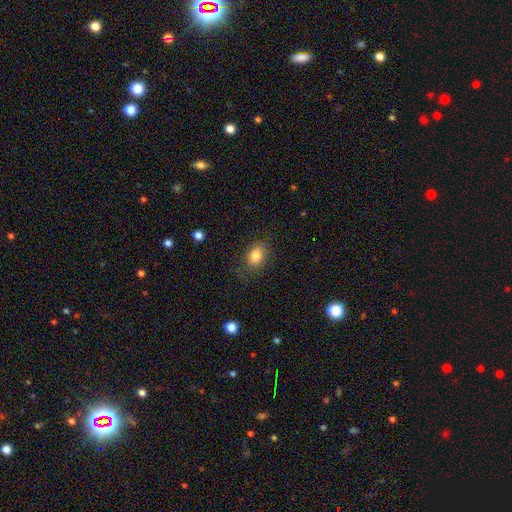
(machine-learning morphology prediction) This is clearly a smooth galaxy (83%). How rounded: likely in between (73%). Merging: likely none (78%).